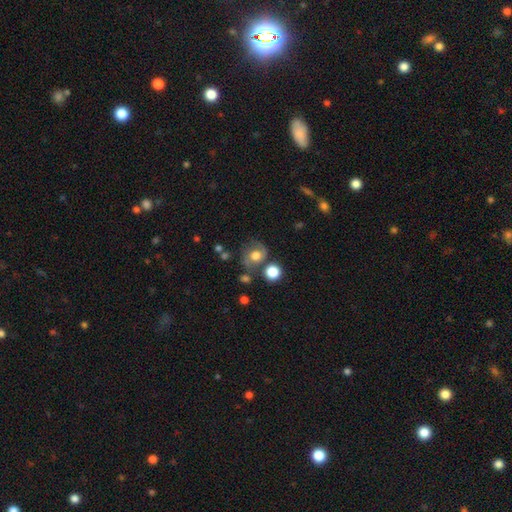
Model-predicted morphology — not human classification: A smooth galaxy with no disk features (45%).

Vote fractions:
- Smooth or featured? smooth: 45% / featured or disk: 44% / star or artifact: 11%
- Merging? none: 59% / minor disturbance: 20% / major disturbance: 11% / merger: 10%